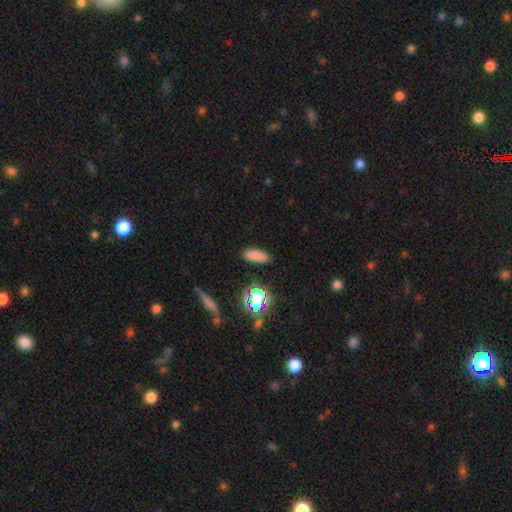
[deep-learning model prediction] smooth-or-featured: smooth: 79% | star or artifact: 16% | featured or disk: 5%
  how-rounded: in between: 73% | cigar-shaped: 22% | round: 5%
  merging: none: 85% | minor disturbance: 10% | major disturbance: 3% | merger: 2%